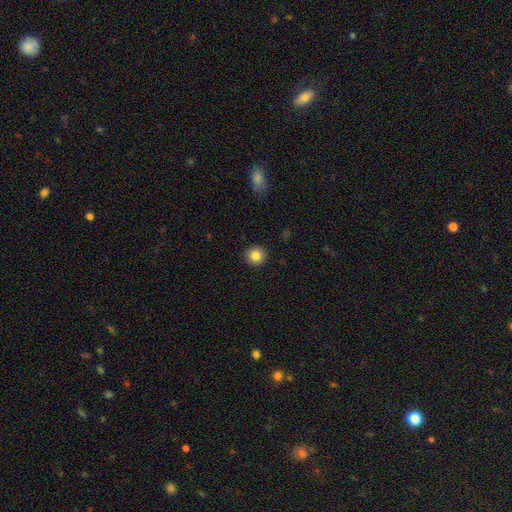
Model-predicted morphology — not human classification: A smooth galaxy with no disk features (84%) that is round (94%).

Vote fractions:
- Smooth or featured? smooth: 84% / star or artifact: 10% / featured or disk: 6%
- How rounded? round: 94% / in between: 5% / cigar-shaped: 1%
- Merging? none: 93% / minor disturbance: 5% / major disturbance: 2% / merger: 1%